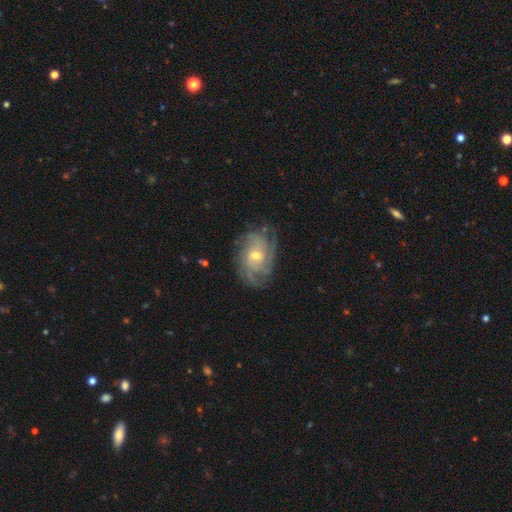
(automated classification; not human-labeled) This appears to be a featured or disk galaxy (84%) with no bar (65%), tight (53%) spiral arms (95%) and a moderate central bulge (50%). Merging: none (75%).